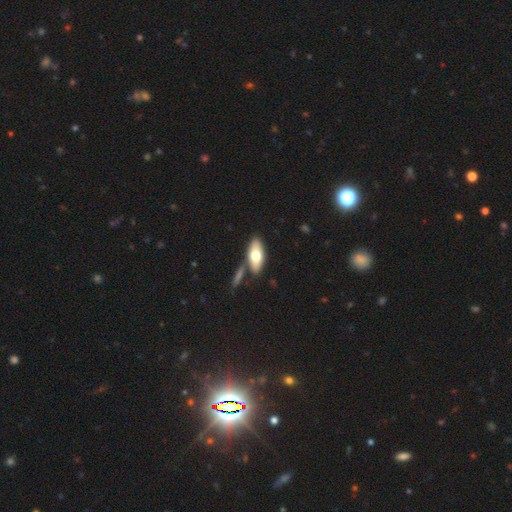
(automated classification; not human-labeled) This is likely a smooth galaxy (68%). How rounded: clearly in between (83%). Merging: likely none (70%).